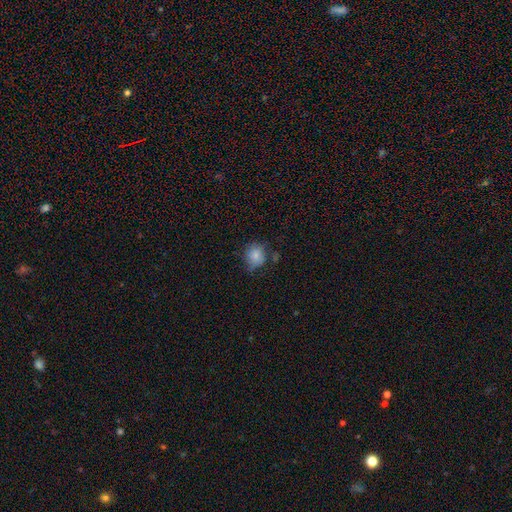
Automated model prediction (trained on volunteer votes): Morphology: type=smooth (80%); roundness=round (74%); merging=none (56%).